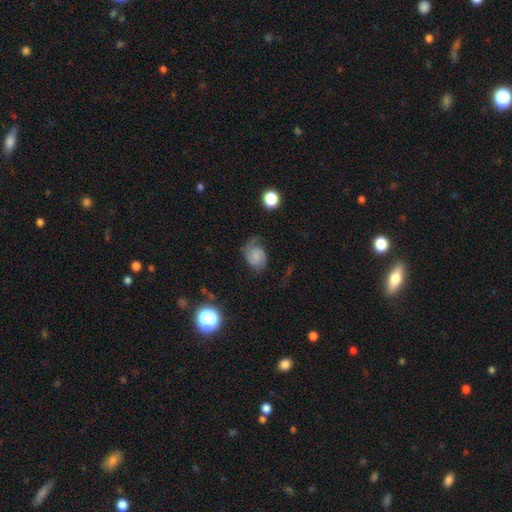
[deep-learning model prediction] A featured or disk galaxy (62%) with no bar (58%), 2 (75%) medium (46%) spiral arms (93%) and no central bulge (39%).

Vote fractions:
- Smooth or featured? featured or disk: 62% / smooth: 28% / star or artifact: 10%
- Edge-on disk? no: 98% / yes: 2%
- Bar? no: 58% / weak: 35% / strong: 7%
- Spiral arms? yes: 93% / no: 7%
- Spiral winding? medium: 46% / tight: 32% / loose: 22%
- Spiral arm count? 2: 75% / 1: 11% / can't tell: 9% / 3: 3% / 4: 1% / more than 4: 1%
- Bulge size? none: 39% / small: 37% / moderate: 18% / large: 5% / dominant: 2%
- Merging? none: 57% / minor disturbance: 25% / major disturbance: 16% / merger: 2%